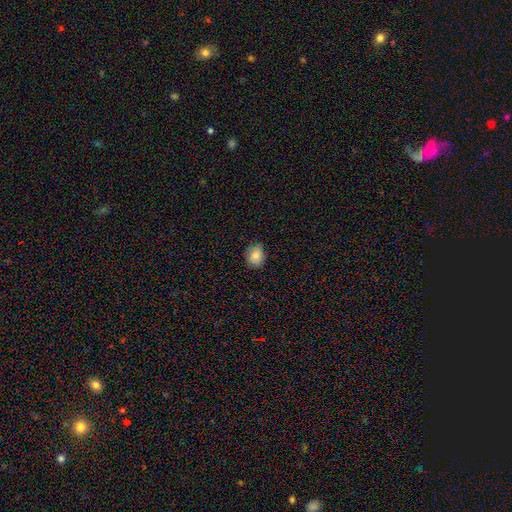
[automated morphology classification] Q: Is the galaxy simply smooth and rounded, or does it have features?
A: smooth — 85%.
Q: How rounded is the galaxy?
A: round — 61%.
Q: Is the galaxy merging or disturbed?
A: none — 85%.